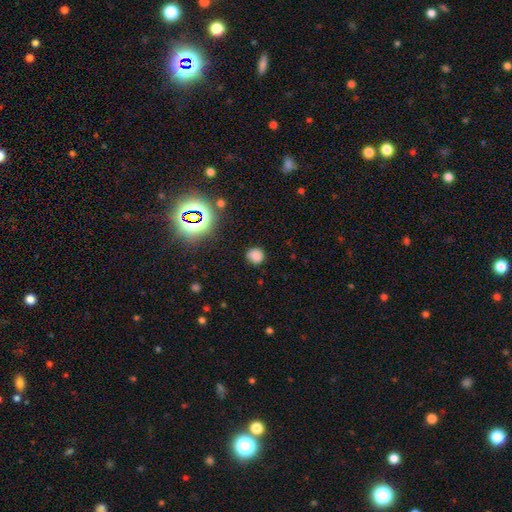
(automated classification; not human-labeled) The model was most divided on "smooth or featured": smooth: 77%, star or artifact: 18%, featured or disk: 5%. More confident: merging — none (83%); how rounded — round (83%).